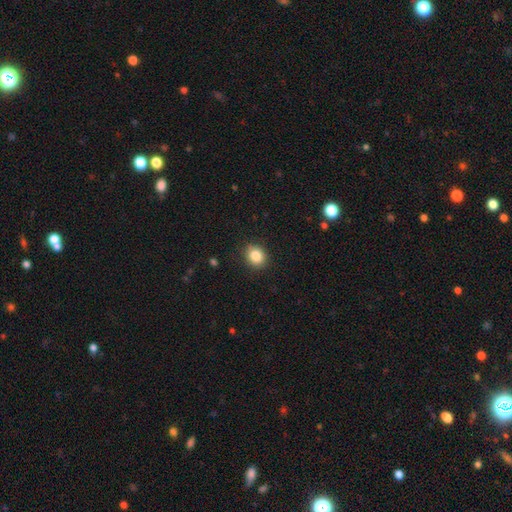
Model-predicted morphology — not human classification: type=smooth (85%); roundness=round (71%); merging=none (88%).